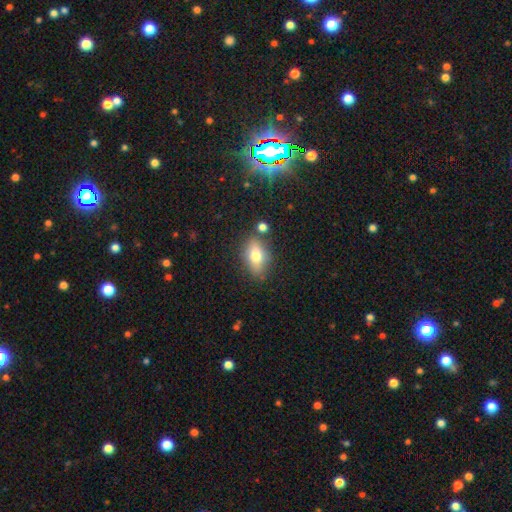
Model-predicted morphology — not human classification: Q: Smooth or featured?
A: smooth (67%); runner-up: featured or disk (23%)
Q: How rounded?
A: in between (81%); runner-up: round (12%)
Q: Merging?
A: none (75%); runner-up: minor disturbance (14%)